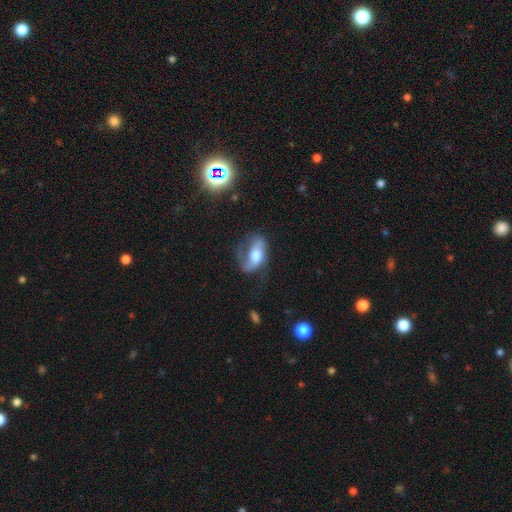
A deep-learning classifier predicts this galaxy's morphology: Smooth or featured? Predicted: featured or disk (p=0.62). Edge-on disk? Predicted: no (p=0.93). Bar? Predicted: no (p=0.51). Spiral arms? Predicted: yes (p=0.82). Bulge size? Predicted: moderate (p=0.47). Merging? Predicted: none (p=0.44).